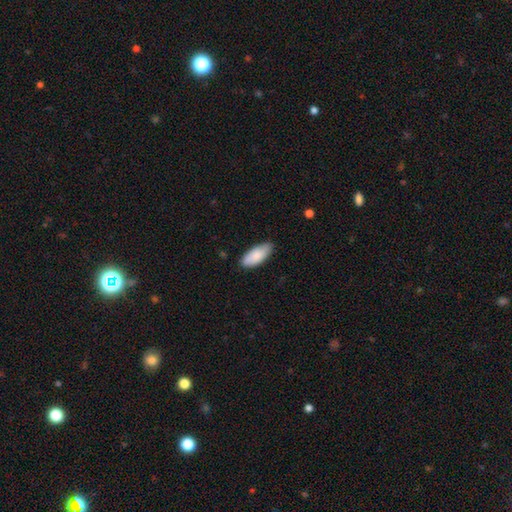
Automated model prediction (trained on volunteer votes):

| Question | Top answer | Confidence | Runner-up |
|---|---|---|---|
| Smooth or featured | smooth | 85% | featured or disk (9%) |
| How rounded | in between | 85% | cigar-shaped (13%) |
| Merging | none | 80% | minor disturbance (16%) |